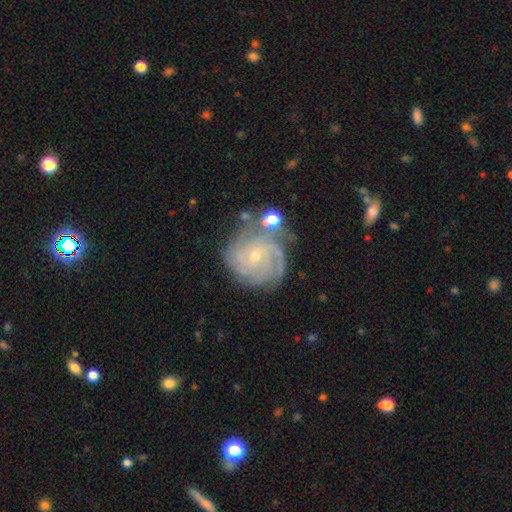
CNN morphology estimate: Smooth or featured? Predicted: featured or disk (p=0.84). Edge-on disk? Predicted: no (p=0.98). Bar? Predicted: no (p=0.61). Spiral arms? Predicted: yes (p=0.96). Spiral winding? Predicted: tight (p=0.69). Spiral arm count? Predicted: 3 (p=0.27). Bulge size? Predicted: small (p=0.70). Merging? Predicted: none (p=0.65).